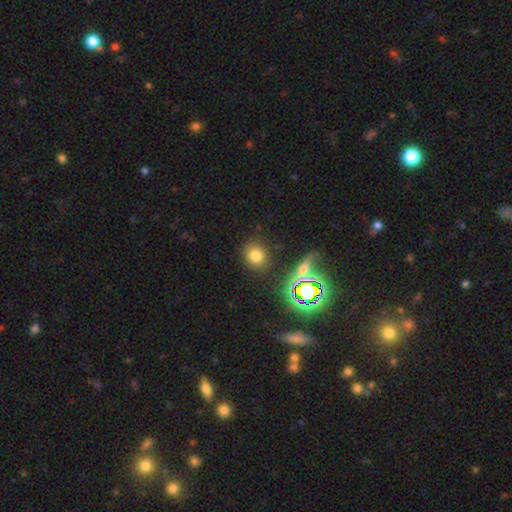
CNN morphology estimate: type=smooth (72%); roundness=round (75%); merging=none (83%).